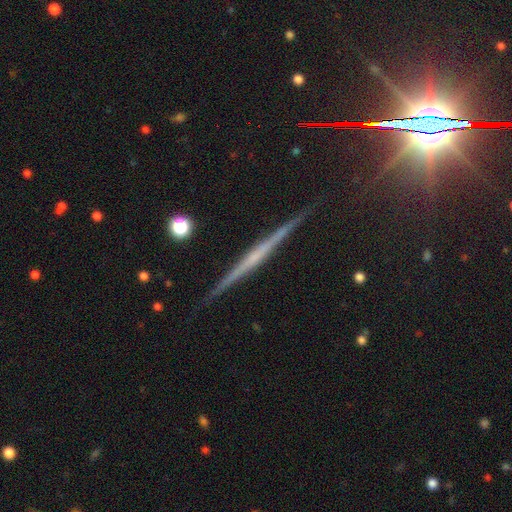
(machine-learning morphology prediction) A featured or disk galaxy (71%) viewed edge-on (98%) with no central bulge (64%). Merging: none (91%).